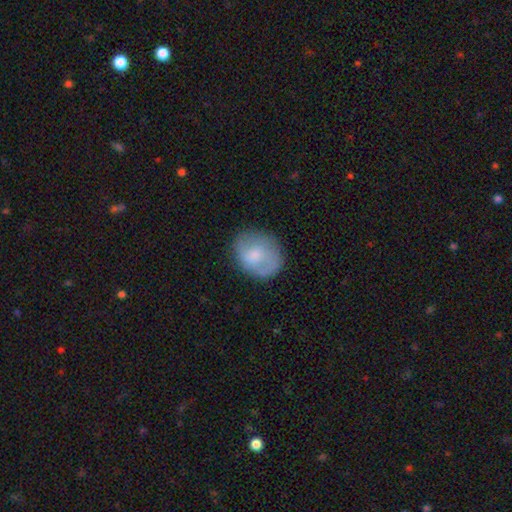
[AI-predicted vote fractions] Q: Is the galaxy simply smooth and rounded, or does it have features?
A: smooth — 61%.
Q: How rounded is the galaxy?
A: in between — 50%.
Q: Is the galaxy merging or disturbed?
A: none — 71%.